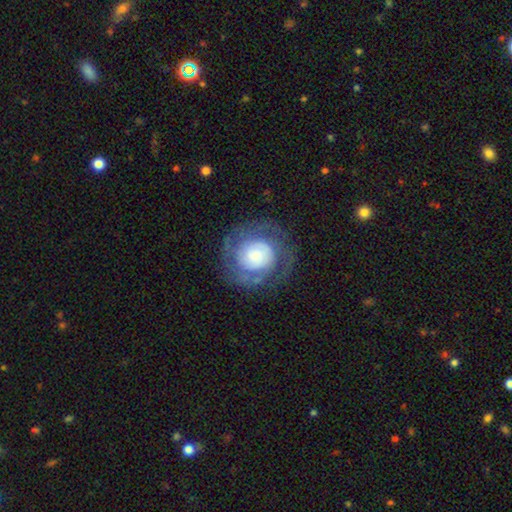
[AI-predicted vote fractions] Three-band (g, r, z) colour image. It shows a featured or disk galaxy (64%) with no bar (79%), spiral arms (79%) and a small central bulge (32%). Merging: none (73%).